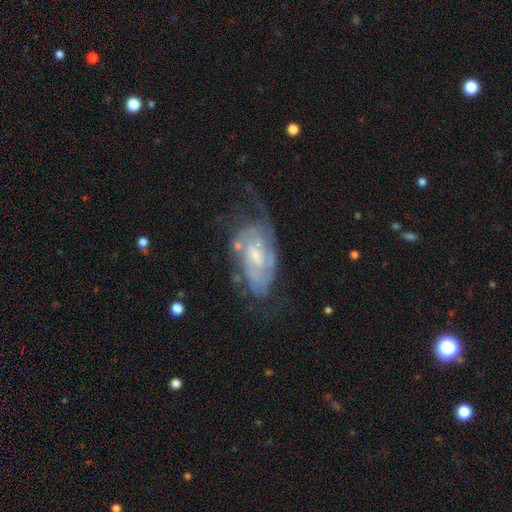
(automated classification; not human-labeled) A featured or disk galaxy (82%) with a weak bar (47%), 2 (44%) tight (56%) spiral arms (93%) and a small central bulge (55%). Merging: none (52%).